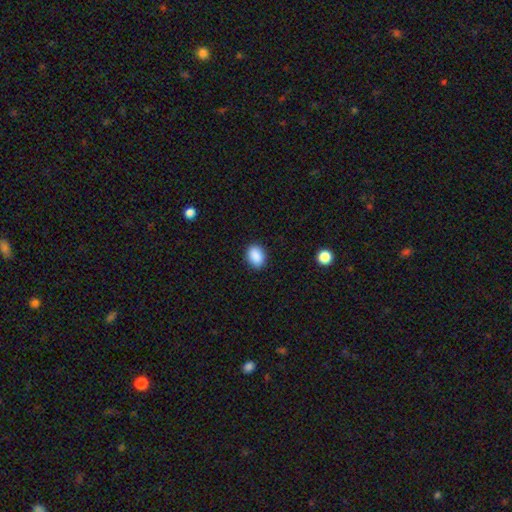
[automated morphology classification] Q: Smooth or featured?
A: smooth (89%); runner-up: star or artifact (8%)
Q: How rounded?
A: in between (71%); runner-up: round (28%)
Q: Merging?
A: none (89%); runner-up: minor disturbance (8%)